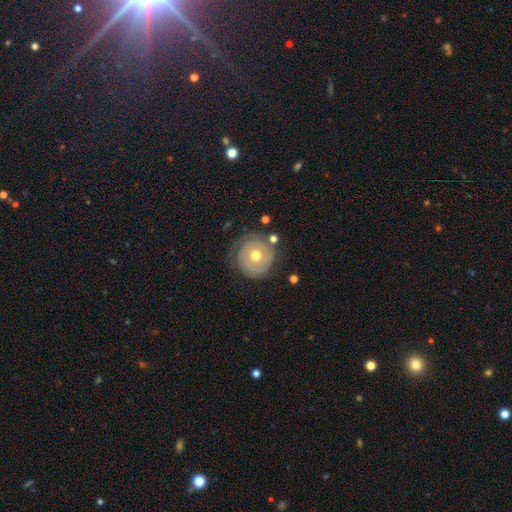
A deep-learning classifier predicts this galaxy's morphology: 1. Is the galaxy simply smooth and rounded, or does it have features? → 65% featured or disk, 29% smooth, 6% star or artifact.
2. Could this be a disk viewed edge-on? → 97% no, 3% yes.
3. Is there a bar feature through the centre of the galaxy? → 81% no, 15% weak, 4% strong.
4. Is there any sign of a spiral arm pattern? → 72% yes, 28% no.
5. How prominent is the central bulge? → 80% moderate, 12% small, 6% large, 1% dominant, 1% none.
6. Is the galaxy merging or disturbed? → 71% none, 18% minor disturbance, 8% major disturbance, 3% merger.